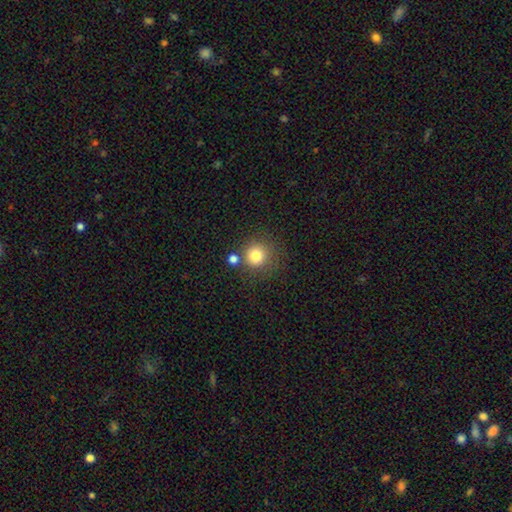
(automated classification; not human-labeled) A smooth galaxy with no disk features (80%) that is round (92%).

Vote fractions:
- Smooth or featured? smooth: 80% / star or artifact: 12% / featured or disk: 7%
- How rounded? round: 92% / in between: 7% / cigar-shaped: 1%
- Merging? none: 74% / merger: 13% / minor disturbance: 10% / major disturbance: 4%